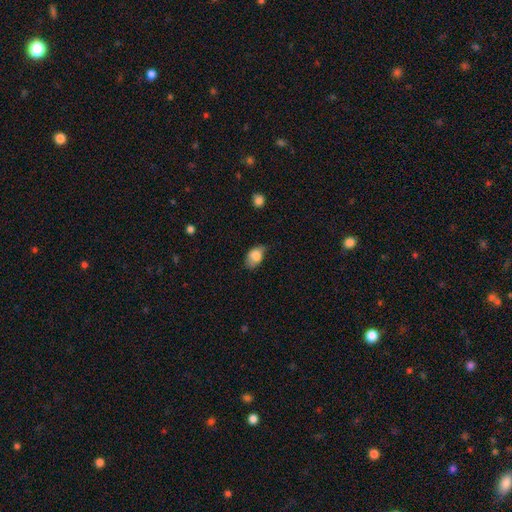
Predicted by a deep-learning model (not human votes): Q: Smooth or featured?
A: smooth (80%); runner-up: featured or disk (11%)
Q: How rounded?
A: in between (86%); runner-up: round (13%)
Q: Merging?
A: none (45%); runner-up: minor disturbance (41%)